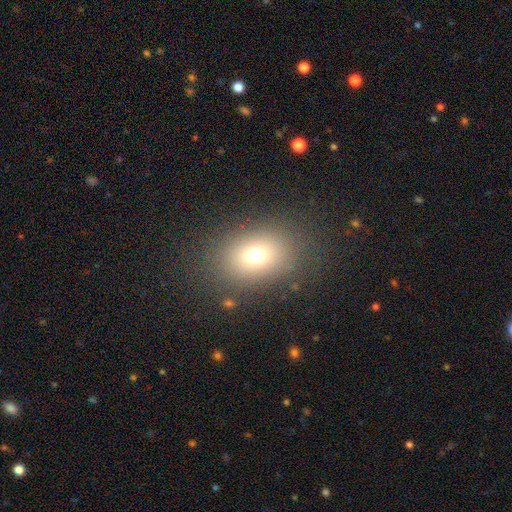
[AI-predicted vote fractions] The model was most divided on "how rounded": in between: 63%, round: 35%, cigar-shaped: 1%. More confident: merging — none (82%); smooth or featured — smooth (70%).